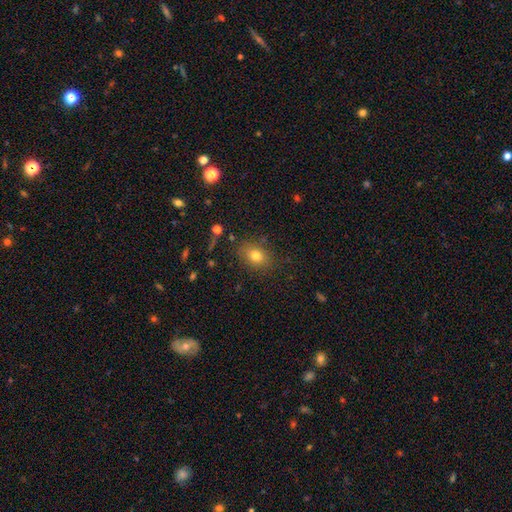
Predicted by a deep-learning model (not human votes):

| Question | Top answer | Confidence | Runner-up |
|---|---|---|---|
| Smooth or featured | smooth | 77% | star or artifact (12%) |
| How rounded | in between | 62% | round (36%) |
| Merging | none | 82% | minor disturbance (12%) |